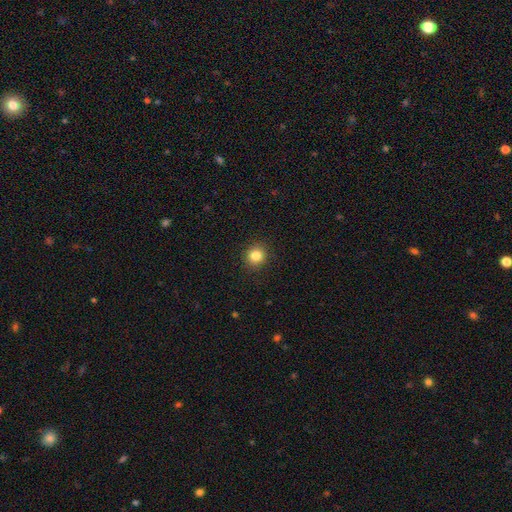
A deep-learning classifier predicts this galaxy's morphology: smooth-or-featured: smooth: 83% | star or artifact: 11% | featured or disk: 6%
  how-rounded: round: 88% | in between: 11% | cigar-shaped: 1%
  merging: none: 91% | minor disturbance: 6% | major disturbance: 2% | merger: 1%